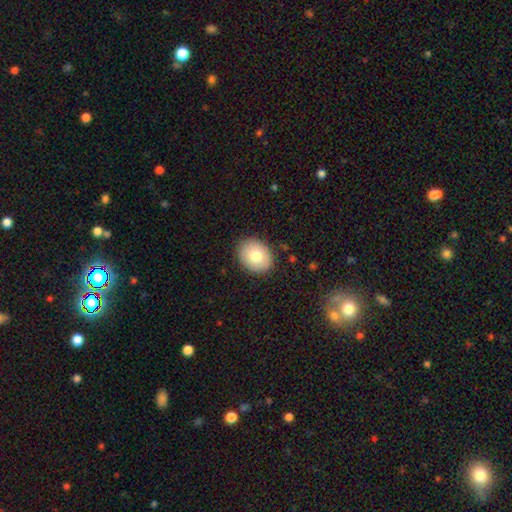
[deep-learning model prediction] A smooth galaxy with no disk features (77%) that is in between round and cigar-shaped (53%).

Vote fractions:
- Smooth or featured? smooth: 77% / featured or disk: 15% / star or artifact: 8%
- How rounded? in between: 53% / round: 46% / cigar-shaped: 1%
- Merging? none: 87% / minor disturbance: 9% / major disturbance: 2% / merger: 1%